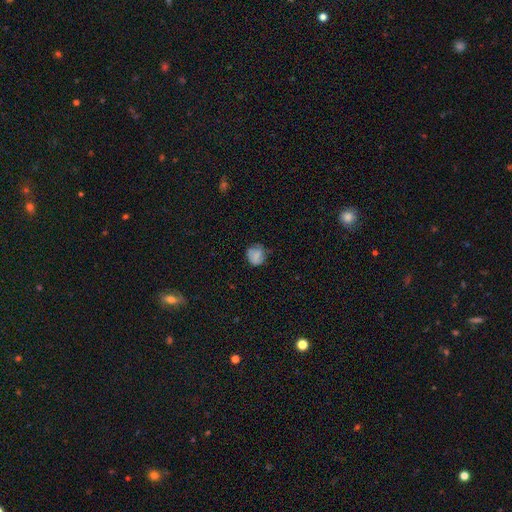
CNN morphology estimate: smooth_or_featured: smooth (p=0.75) [alt: featured or disk p=0.15]
how_rounded: round (p=0.75) [alt: in between p=0.24]
merging: none (p=0.61) [alt: minor disturbance p=0.28]